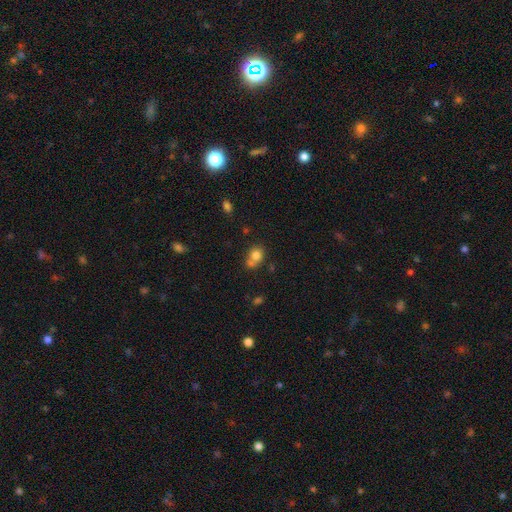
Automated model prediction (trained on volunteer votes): smooth 78%, star or artifact 11%, featured or disk 11%. Down the decision tree: how rounded — round (68%); merging — none (44%).